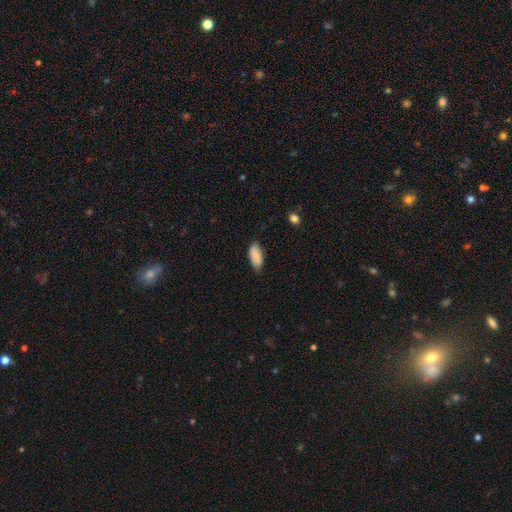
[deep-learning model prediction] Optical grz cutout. It shows a smooth galaxy with no disk features (85%) that is in between round and cigar-shaped (90%). Merging: none (77%).